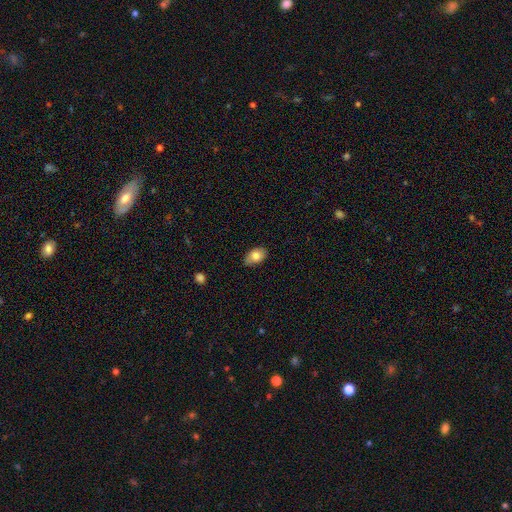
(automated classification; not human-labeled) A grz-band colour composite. It shows a smooth galaxy with no disk features (80%) that is in between round and cigar-shaped (90%). Merging: none (79%).